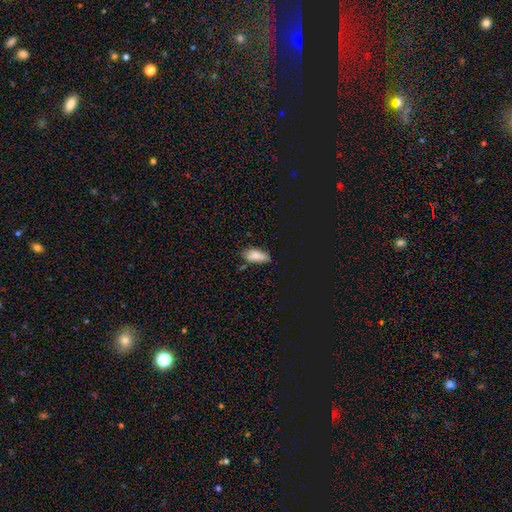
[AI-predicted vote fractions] smooth_or_featured: smooth (p=0.81) [alt: star or artifact p=0.11]
how_rounded: in between (p=0.84) [alt: cigar-shaped p=0.13]
merging: none (p=0.63) [alt: minor disturbance p=0.26]